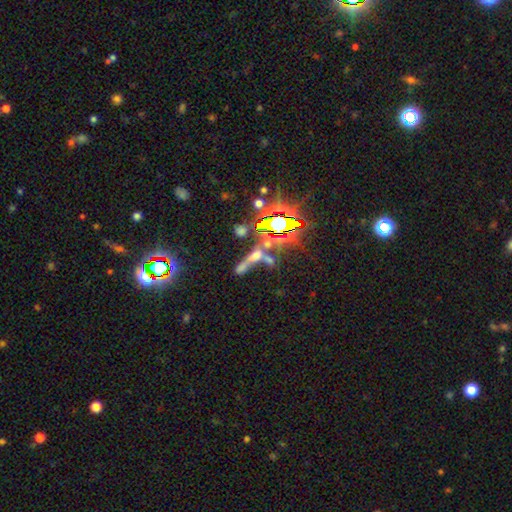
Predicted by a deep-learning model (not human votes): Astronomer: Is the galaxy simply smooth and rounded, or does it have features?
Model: star or artifact — 38% (runner-up: smooth, 33%).